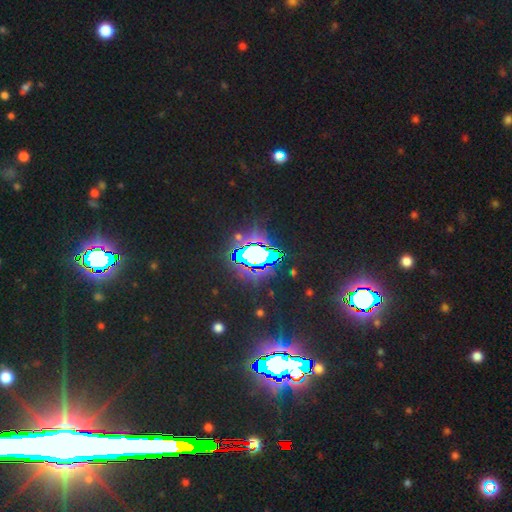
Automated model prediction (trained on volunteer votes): Smooth or featured?
  - star or artifact: 73% *
  - smooth: 15%
  - featured or disk: 12%